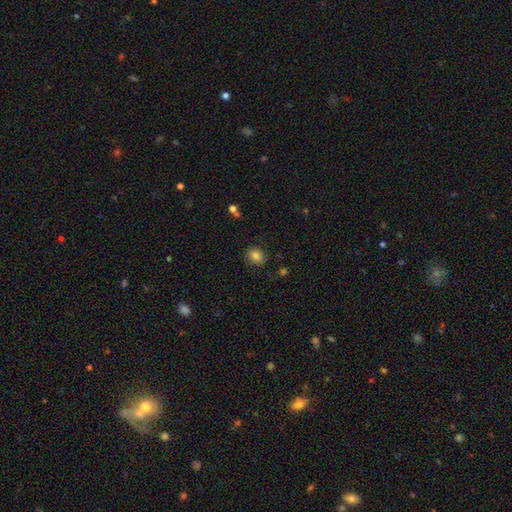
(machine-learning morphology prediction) type=smooth (83%); roundness=round (52%); merging=none (84%).